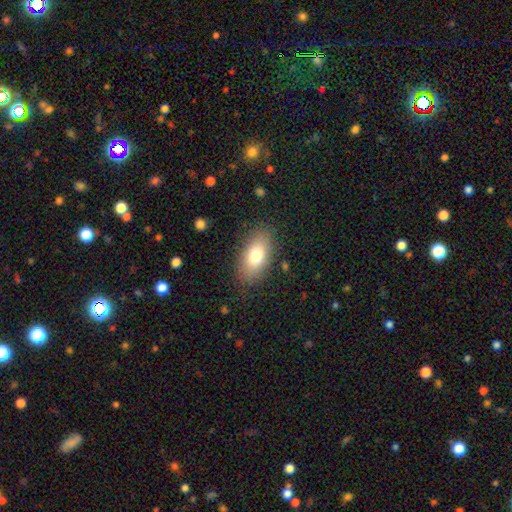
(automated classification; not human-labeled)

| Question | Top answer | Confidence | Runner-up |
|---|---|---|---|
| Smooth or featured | smooth | 78% | featured or disk (15%) |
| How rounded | in between | 91% | round (5%) |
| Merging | none | 84% | minor disturbance (11%) |